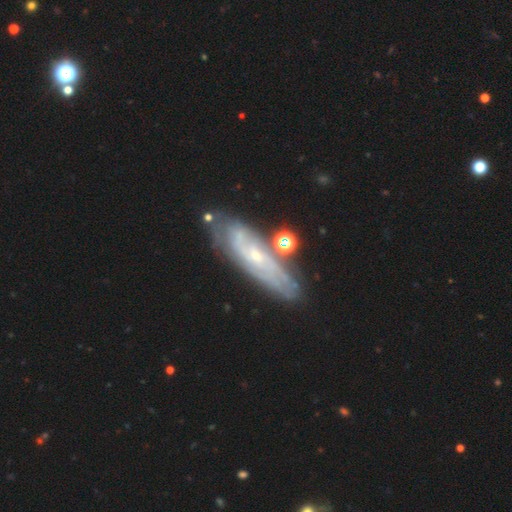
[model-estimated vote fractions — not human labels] featured or disk 76%, smooth 16%, star or artifact 7%. Down the decision tree: edge-on disk — no (80%); bar — no (68%); spiral arms — yes (87%); spiral arm count — can't tell (54%); spiral winding — tight (63%); bulge size — small (78%); merging — none (71%).